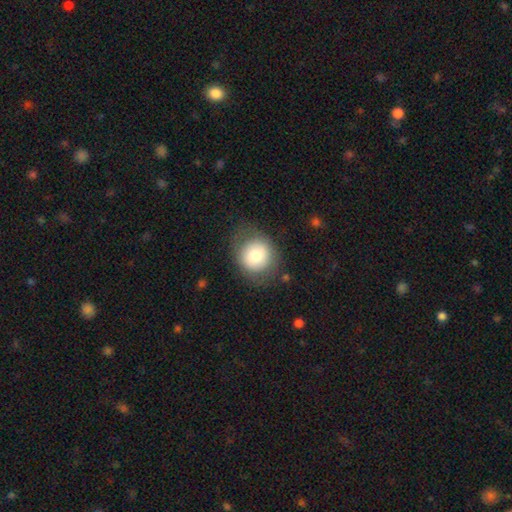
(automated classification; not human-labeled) Q: Smooth or featured?
A: smooth (73%); runner-up: featured or disk (18%)
Q: How rounded?
A: round (81%); runner-up: in between (18%)
Q: Merging?
A: none (74%); runner-up: minor disturbance (16%)